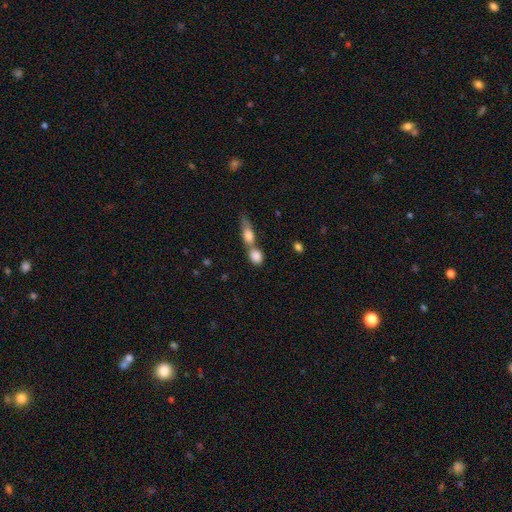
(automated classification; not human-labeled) This appears to be a smooth galaxy with no disk features (82%) that is in between round and cigar-shaped (53%). Merging: merger (58%).